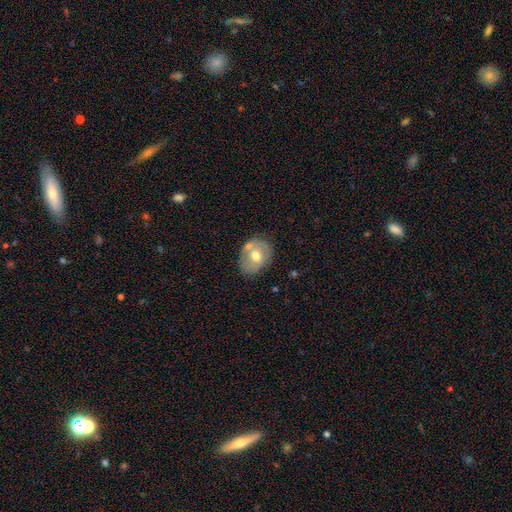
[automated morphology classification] smooth_or_featured: smooth (p=0.51) [alt: featured or disk p=0.43]
how_rounded: in between (p=0.57) [alt: round p=0.42]
merging: none (p=0.62) [alt: minor disturbance p=0.19]